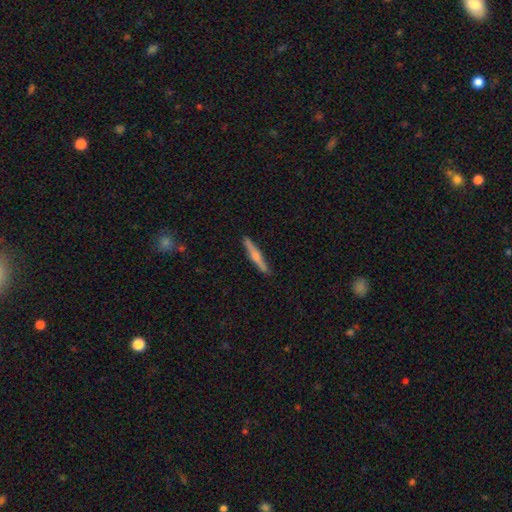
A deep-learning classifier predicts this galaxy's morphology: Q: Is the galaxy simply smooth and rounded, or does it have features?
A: featured or disk — 51%.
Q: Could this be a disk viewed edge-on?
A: yes — 96%.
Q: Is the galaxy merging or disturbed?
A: none — 89%.